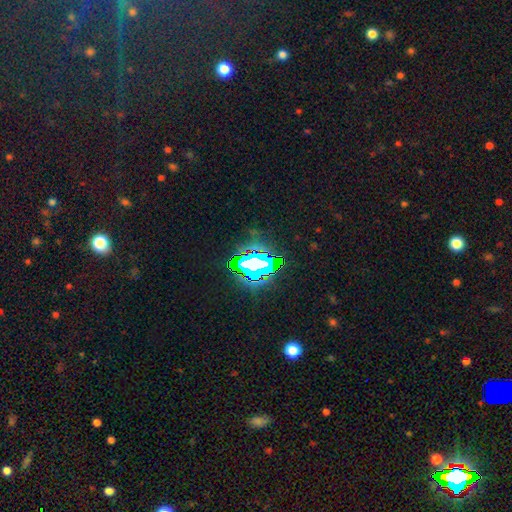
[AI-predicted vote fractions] Smooth or featured? Predicted: star or artifact (p=0.75).